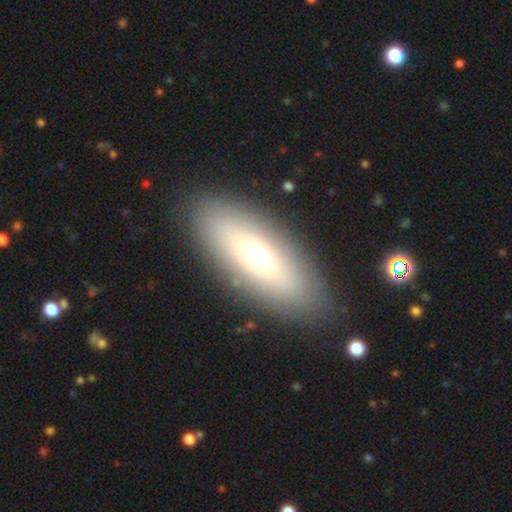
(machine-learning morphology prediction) The model was most divided on "smooth or featured": smooth: 60%, featured or disk: 31%, star or artifact: 9%. More confident: merging — none (87%); how rounded — in between (75%).